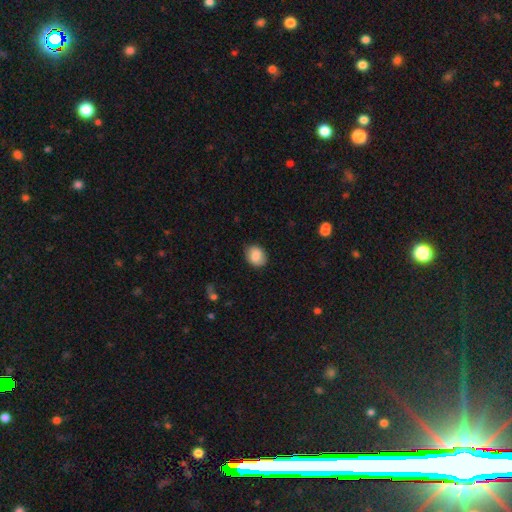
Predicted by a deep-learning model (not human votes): The model was most divided on "how rounded": in between: 53%, round: 46%, cigar-shaped: 1%. More confident: smooth or featured — smooth (85%); merging — none (83%).